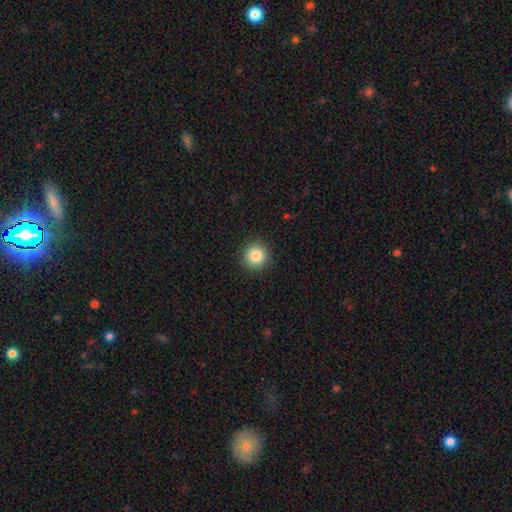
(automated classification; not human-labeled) smooth_or_featured: smooth (p=0.85) [alt: star or artifact p=0.10]
how_rounded: round (p=0.95) [alt: in between p=0.04]
merging: none (p=0.92) [alt: minor disturbance p=0.05]